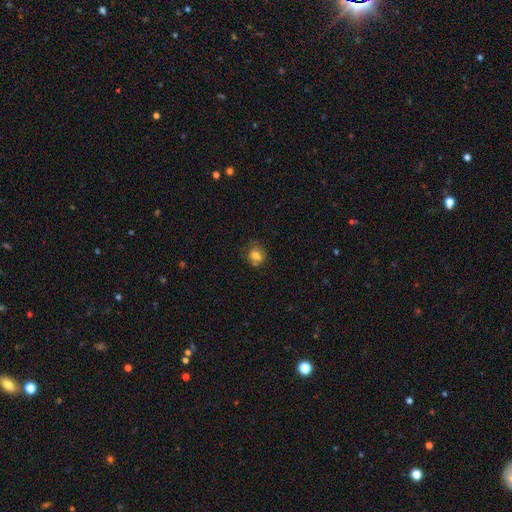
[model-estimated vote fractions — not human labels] Smooth or featured? smooth (73%)
How rounded? round (67%)
Merging? none (65%)